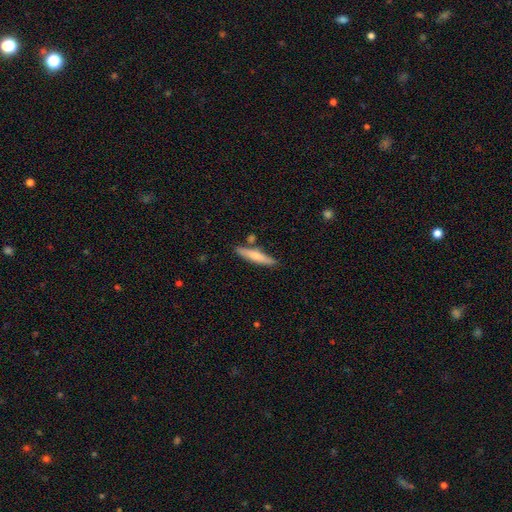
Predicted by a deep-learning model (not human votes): Overall: smooth (68%). How rounded: cigar-shaped (83%). Merging: none (78%).